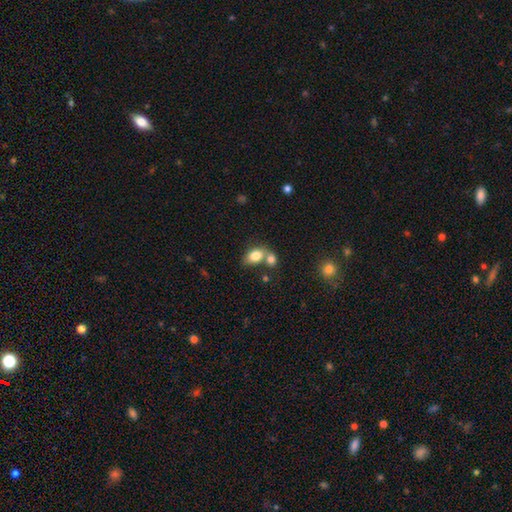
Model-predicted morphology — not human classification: Smooth or featured? smooth (80%)
How rounded? in between (78%)
Merging? merger (48%)